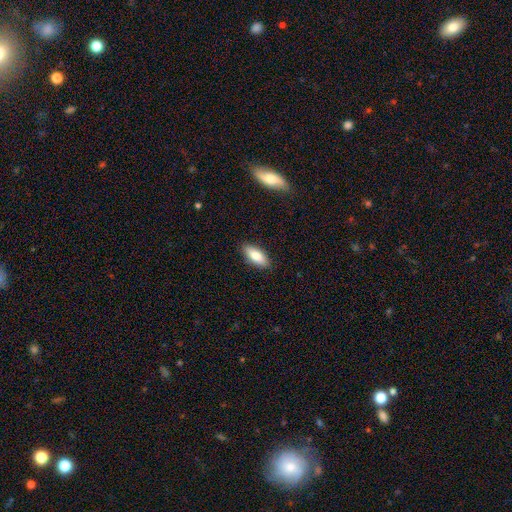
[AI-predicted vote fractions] smooth-or-featured: smooth: 82% | featured or disk: 11% | star or artifact: 7%
  how-rounded: in between: 82% | cigar-shaped: 15% | round: 2%
  merging: none: 88% | minor disturbance: 9% | major disturbance: 2% | merger: 1%